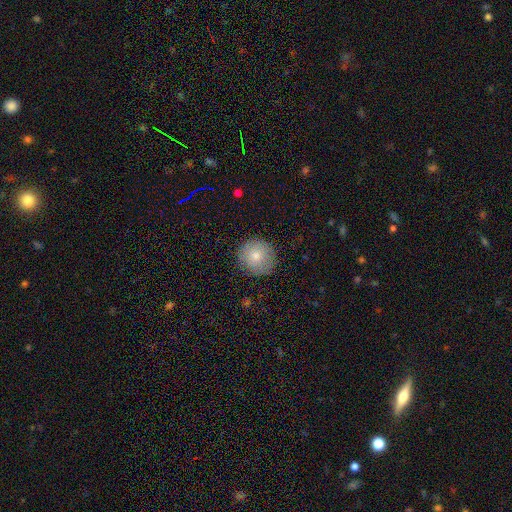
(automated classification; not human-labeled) smooth-or-featured: smooth: 79% | featured or disk: 13% | star or artifact: 8%
  how-rounded: round: 94% | in between: 5% | cigar-shaped: 1%
  merging: none: 86% | minor disturbance: 10% | major disturbance: 3% | merger: 1%